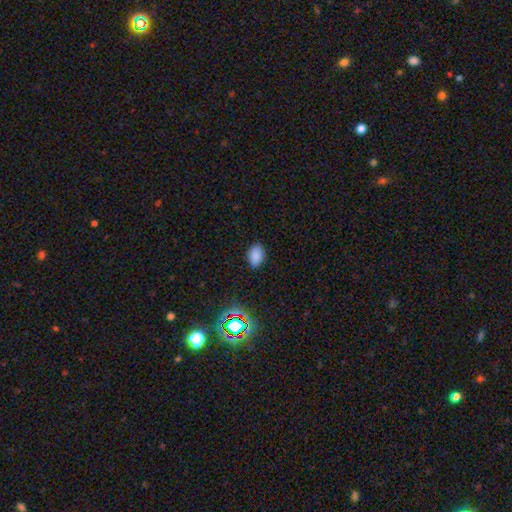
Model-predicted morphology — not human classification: Smooth or featured: smooth — 83% (star or artifact — 13%)
How rounded: in between — 86% (round — 12%)
Merging: none — 85% (minor disturbance — 11%)